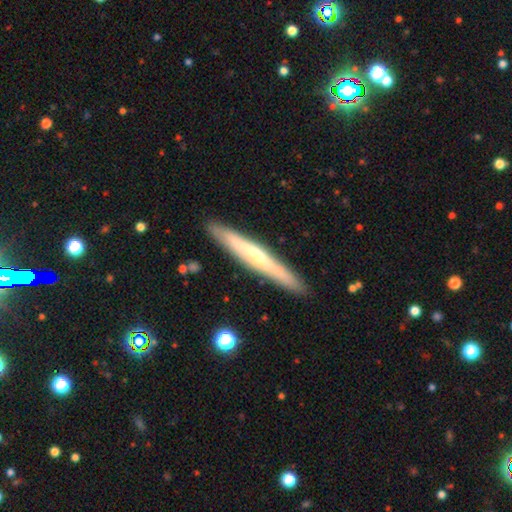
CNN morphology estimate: Overall: featured or disk (59%; smooth 35%). Edge-on disk: yes (92%). Edge-on bulge: rounded (66%; none 29%). Merging: none (90%).